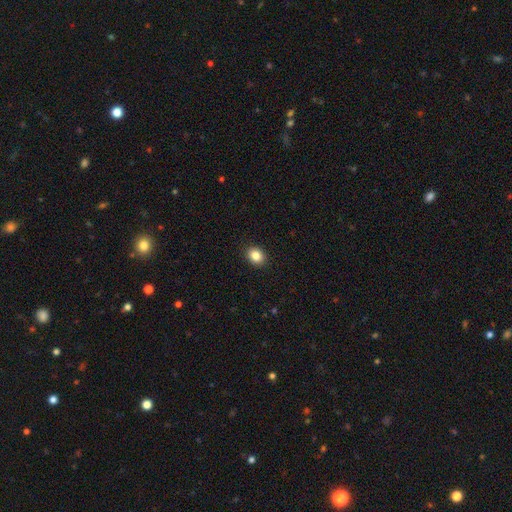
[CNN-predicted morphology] smooth_or_featured: smooth (p=0.85) [alt: star or artifact p=0.10]
how_rounded: round (p=0.53) [alt: in between p=0.46]
merging: none (p=0.91) [alt: minor disturbance p=0.06]